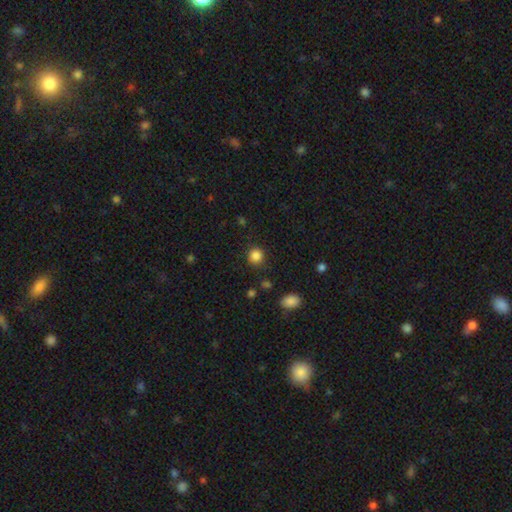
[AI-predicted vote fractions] A smooth galaxy with no disk features (85%) that is round (90%). Merging: none (87%).